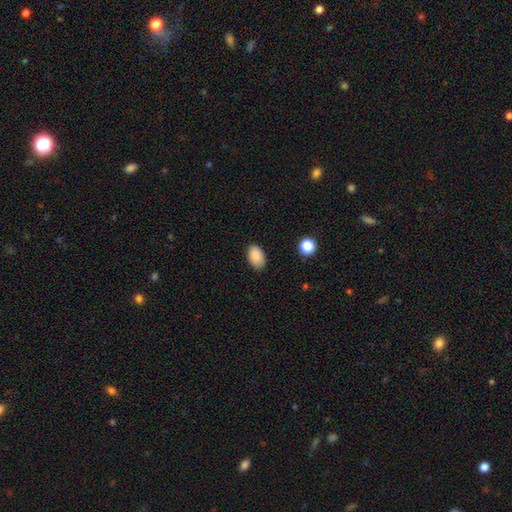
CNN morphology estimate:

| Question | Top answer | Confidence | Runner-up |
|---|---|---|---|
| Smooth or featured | smooth | 88% | star or artifact (8%) |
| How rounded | in between | 90% | round (9%) |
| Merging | none | 86% | minor disturbance (11%) |